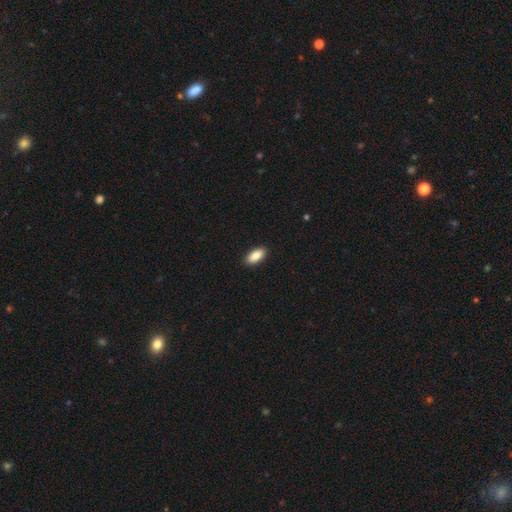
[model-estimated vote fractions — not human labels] The model was most divided on "how rounded": in between: 90%, cigar-shaped: 8%, round: 2%. More confident: merging — none (90%); smooth or featured — smooth (88%).